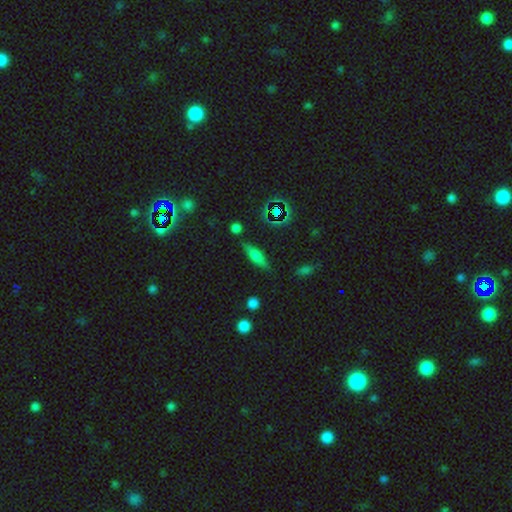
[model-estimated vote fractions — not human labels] Overall: smooth (55%; featured or disk 32%). How rounded: cigar-shaped (57%; in between 39%). Merging: none (81%).